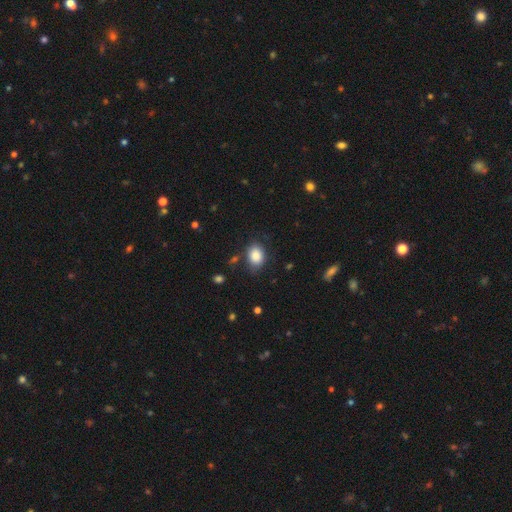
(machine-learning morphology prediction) smooth_or_featured: smooth (p=0.86) [alt: star or artifact p=0.08]
how_rounded: in between (p=0.66) [alt: round p=0.33]
merging: none (p=0.77) [alt: minor disturbance p=0.16]